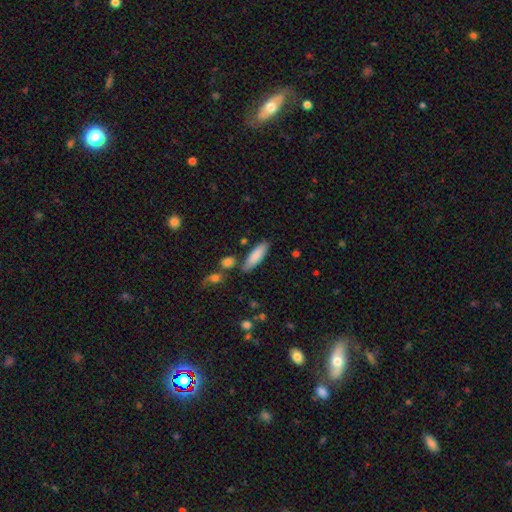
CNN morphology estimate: Smooth or featured: smooth — 82% (featured or disk — 12%)
How rounded: cigar-shaped — 54% (in between — 44%)
Merging: none — 76% (minor disturbance — 13%)